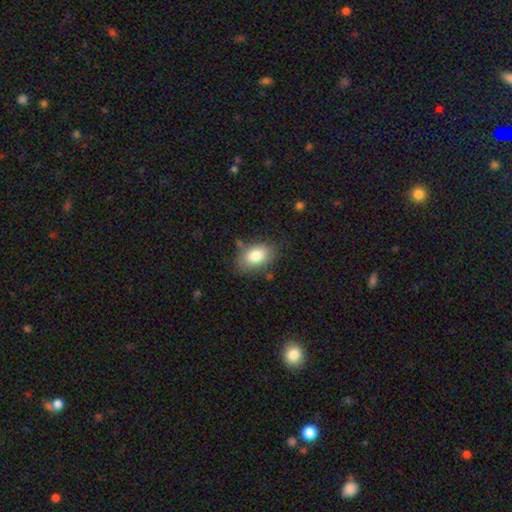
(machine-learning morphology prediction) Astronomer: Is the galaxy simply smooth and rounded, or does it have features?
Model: smooth — 81%.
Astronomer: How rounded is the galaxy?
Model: in between — 87%.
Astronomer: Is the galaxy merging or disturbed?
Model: none — 74%.